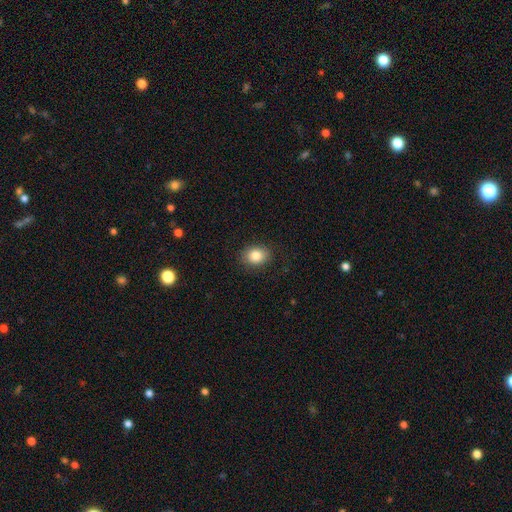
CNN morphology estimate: Smooth or featured? smooth (84%)
How rounded? in between (56%)
Merging? none (87%)